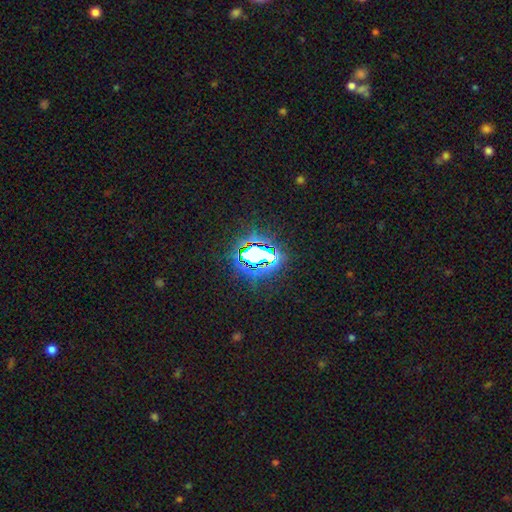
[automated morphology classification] Smooth or featured? Predicted: star or artifact (p=0.70).